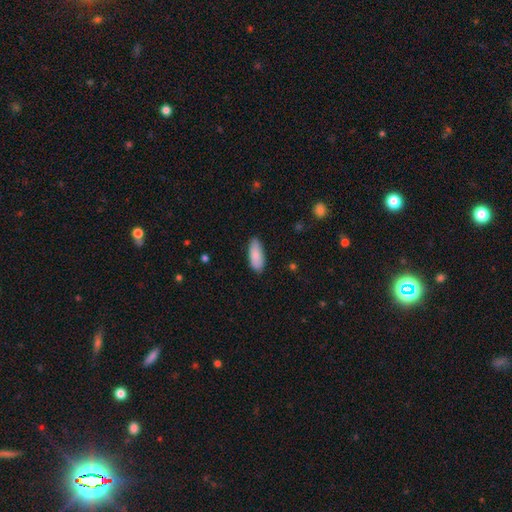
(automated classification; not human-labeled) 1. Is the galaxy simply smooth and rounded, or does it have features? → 88% smooth, 7% featured or disk, 6% star or artifact.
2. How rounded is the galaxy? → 78% in between, 20% cigar-shaped, 2% round.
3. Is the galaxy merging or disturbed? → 85% none, 12% minor disturbance, 2% major disturbance, 1% merger.